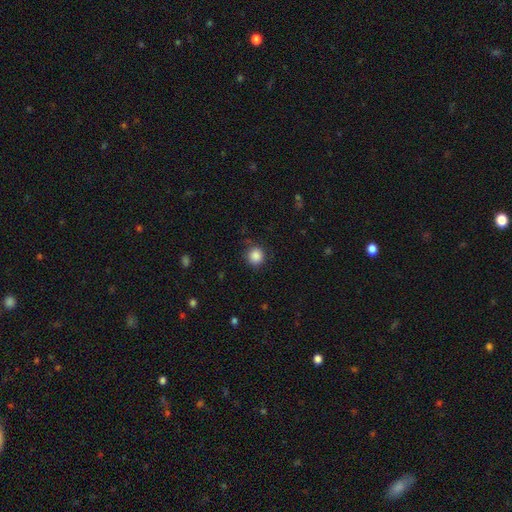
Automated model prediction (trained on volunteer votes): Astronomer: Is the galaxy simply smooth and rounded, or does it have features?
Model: smooth — 87%.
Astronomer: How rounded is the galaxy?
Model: round — 91%.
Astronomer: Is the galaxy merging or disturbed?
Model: none — 86%.